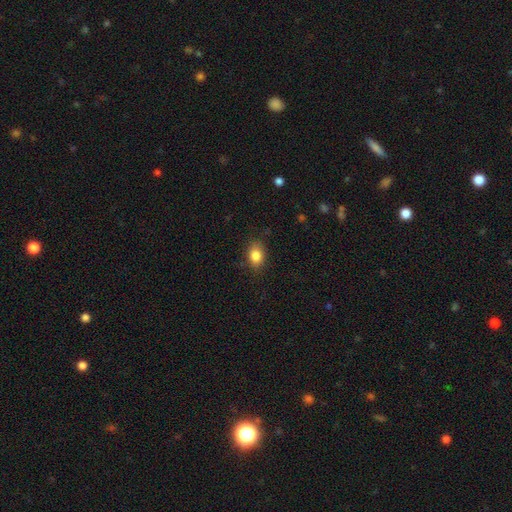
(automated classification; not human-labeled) Smooth or featured? Predicted: smooth (p=0.85). How rounded? Predicted: in between (p=0.68). Merging? Predicted: none (p=0.82).